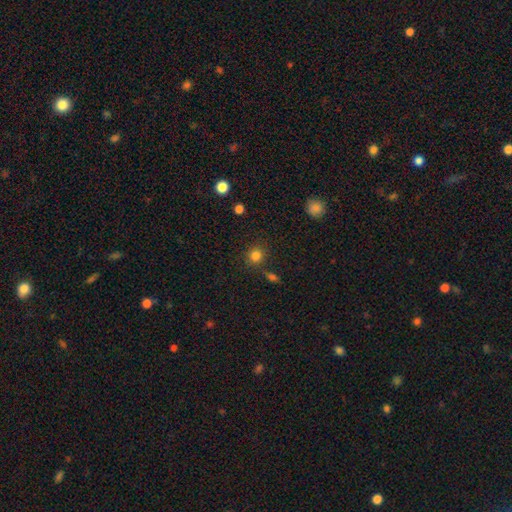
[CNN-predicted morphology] smooth-or-featured: smooth: 82% | star or artifact: 13% | featured or disk: 5%
  how-rounded: round: 86% | in between: 13% | cigar-shaped: 1%
  merging: none: 80% | minor disturbance: 10% | merger: 6% | major disturbance: 4%